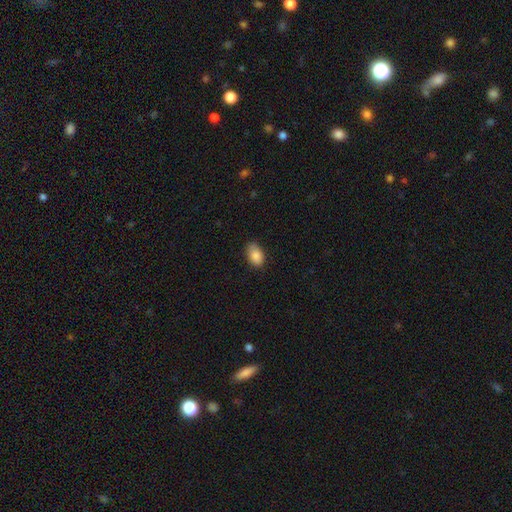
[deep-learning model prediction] Q: Smooth or featured?
A: smooth (88%); runner-up: star or artifact (7%)
Q: How rounded?
A: in between (89%); runner-up: round (9%)
Q: Merging?
A: none (77%); runner-up: minor disturbance (19%)